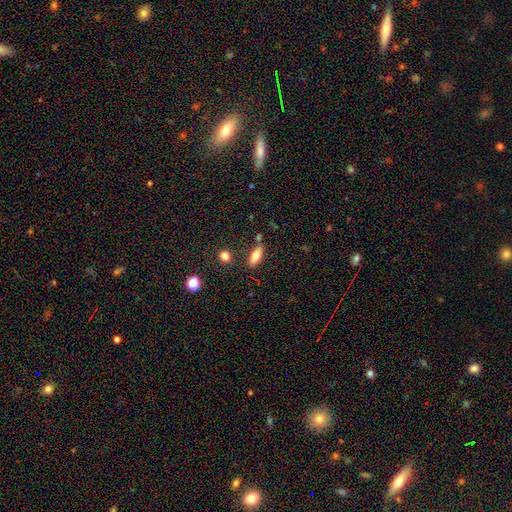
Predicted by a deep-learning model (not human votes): Smooth or featured? Predicted: smooth (p=0.71). How rounded? Predicted: in between (p=0.69). Merging? Predicted: none (p=0.75).